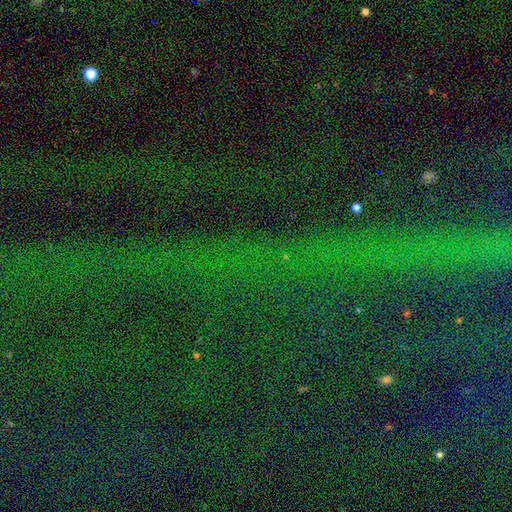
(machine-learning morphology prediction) type=star or artifact (84%).